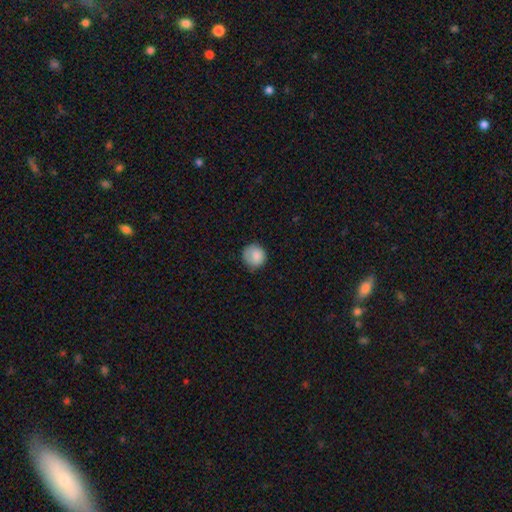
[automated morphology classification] smooth-or-featured: smooth: 85% | star or artifact: 8% | featured or disk: 7%
  how-rounded: round: 90% | in between: 9% | cigar-shaped: 1%
  merging: none: 74% | minor disturbance: 20% | major disturbance: 5% | merger: 1%